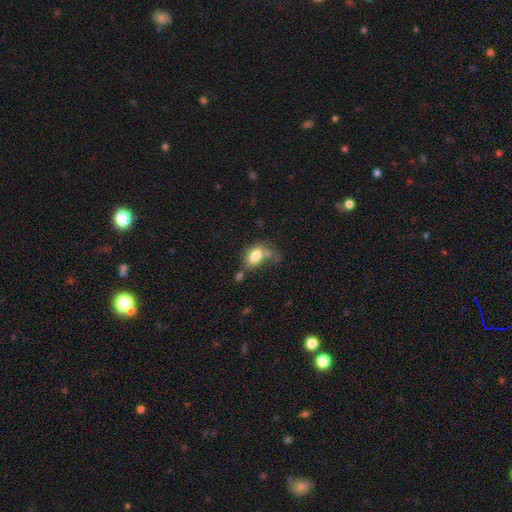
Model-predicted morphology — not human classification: Smooth or featured? smooth (79%)
How rounded? in between (84%)
Merging? none (39%)